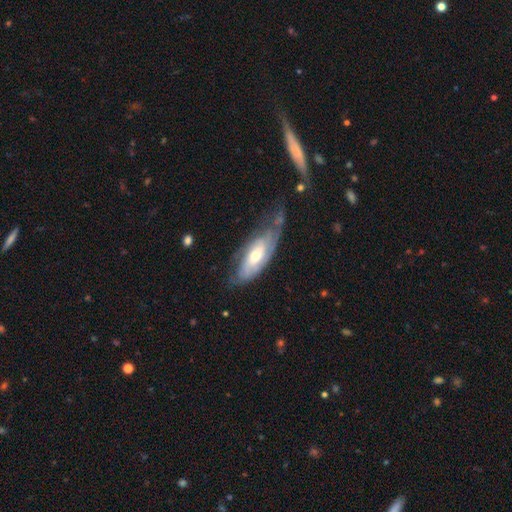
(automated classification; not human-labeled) Smooth or featured?
  - featured or disk: 65% *
  - smooth: 29%
  - star or artifact: 6%
Edge-on disk?
  - no: 83% *
  - yes: 17%
Bar?
  - no: 62% *
  - weak: 29%
  - strong: 9%
Spiral arms?
  - yes: 77% *
  - no: 23%
Bulge size?
  - moderate: 67% *
  - small: 22%
  - large: 9%
  - none: 1%
  - dominant: 1%
Merging?
  - none: 41% *
  - minor disturbance: 32%
  - major disturbance: 23%
  - merger: 4%